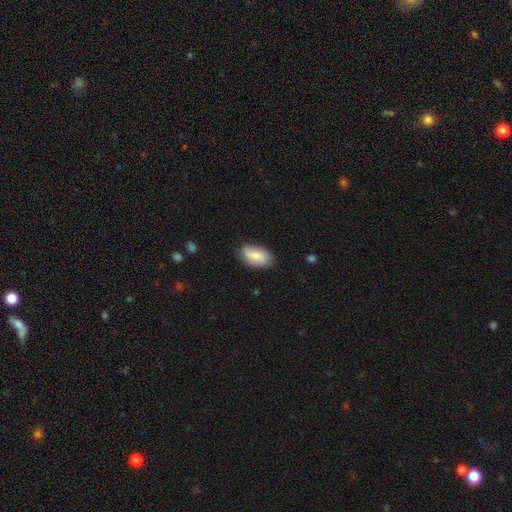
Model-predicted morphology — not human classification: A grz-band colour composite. It shows a smooth galaxy with no disk features (82%) that is in between round and cigar-shaped (93%). Merging: none (81%).